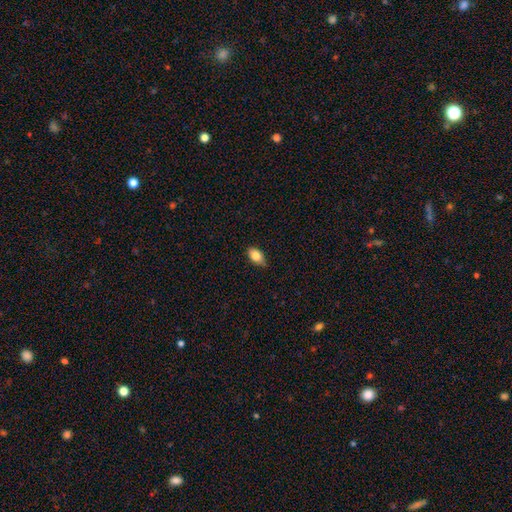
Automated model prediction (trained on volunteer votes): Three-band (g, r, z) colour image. It shows a smooth galaxy with no disk features (83%) that is in between round and cigar-shaped (90%). Merging: none (80%).